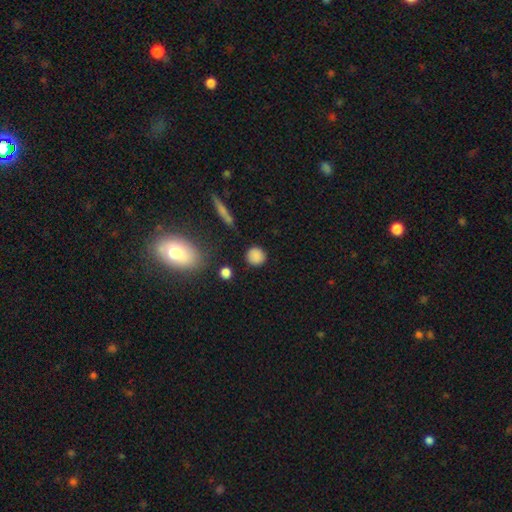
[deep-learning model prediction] A smooth galaxy with no disk features (84%) that is round (89%).

Vote fractions:
- Smooth or featured? smooth: 84% / star or artifact: 10% / featured or disk: 5%
- How rounded? round: 89% / in between: 9% / cigar-shaped: 1%
- Merging? none: 85% / minor disturbance: 10% / major disturbance: 3% / merger: 2%